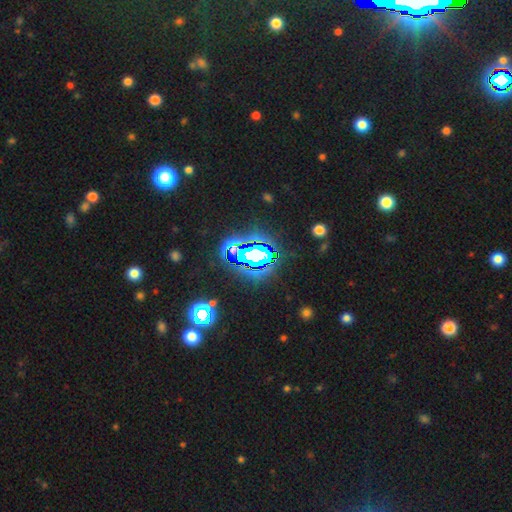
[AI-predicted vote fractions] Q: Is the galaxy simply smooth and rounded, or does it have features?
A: star or artifact — 76%.